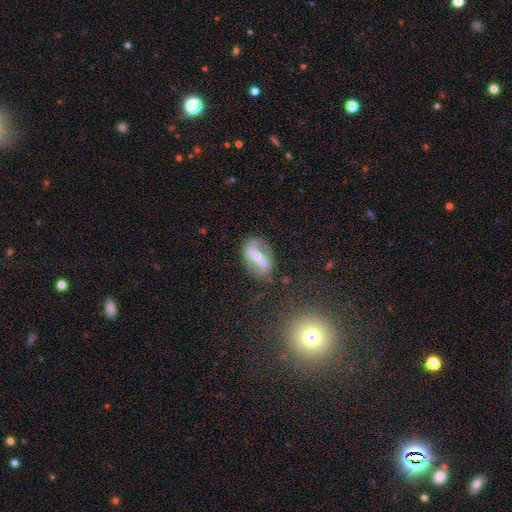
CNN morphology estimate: The model was most divided on "bulge size": small: 46%, moderate: 34%, none: 14%, large: 4%, dominant: 2%. More confident: edge-on disk — no (86%); bar — strong (76%); merging — none (75%); smooth or featured — featured or disk (73%); spiral arms — yes (65%).